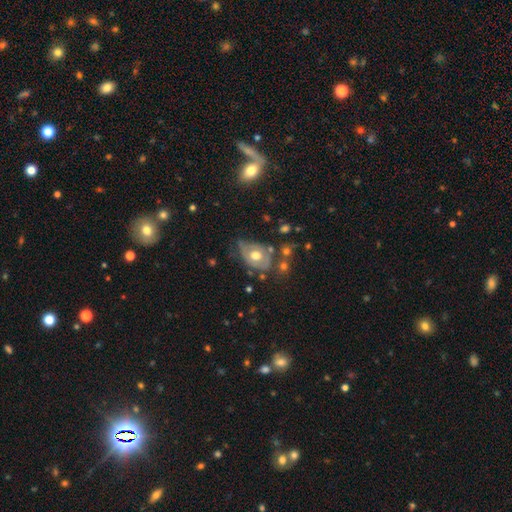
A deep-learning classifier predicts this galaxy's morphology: Overall: featured or disk (48%; smooth 44%). Merging: none (43%; minor disturbance 33%).